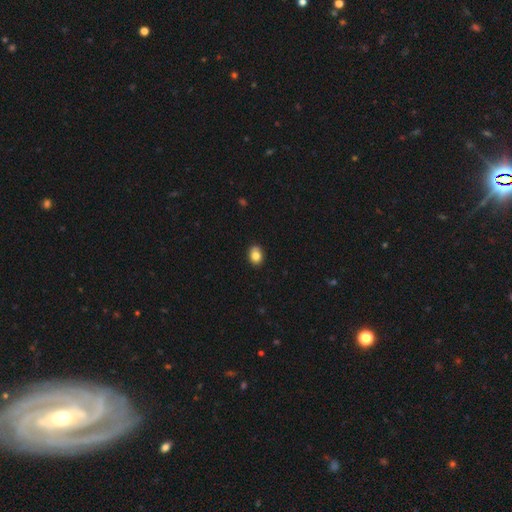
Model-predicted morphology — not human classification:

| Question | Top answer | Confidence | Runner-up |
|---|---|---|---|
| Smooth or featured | smooth | 82% | star or artifact (9%) |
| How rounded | in between | 59% | round (40%) |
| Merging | none | 84% | minor disturbance (13%) |